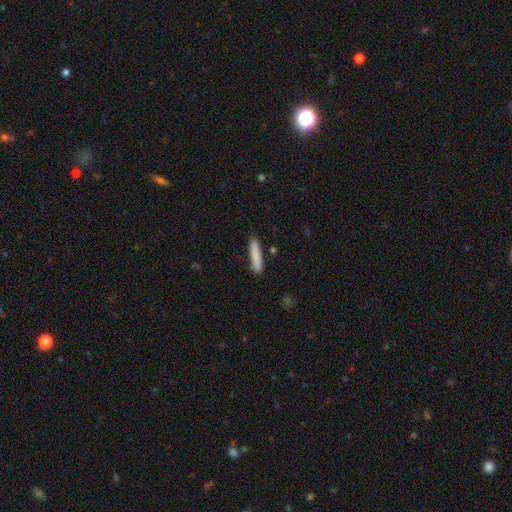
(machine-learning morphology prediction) Overall: smooth (84%). How rounded: cigar-shaped (88%). Merging: none (87%).